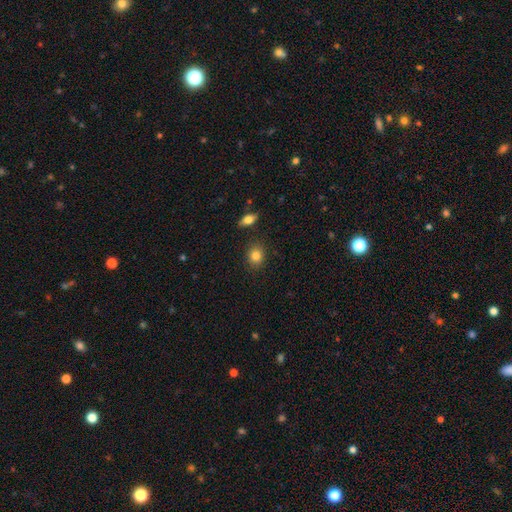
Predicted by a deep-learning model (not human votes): smooth 84%, star or artifact 10%, featured or disk 7%. Down the decision tree: how rounded — round (60%); merging — none (86%).